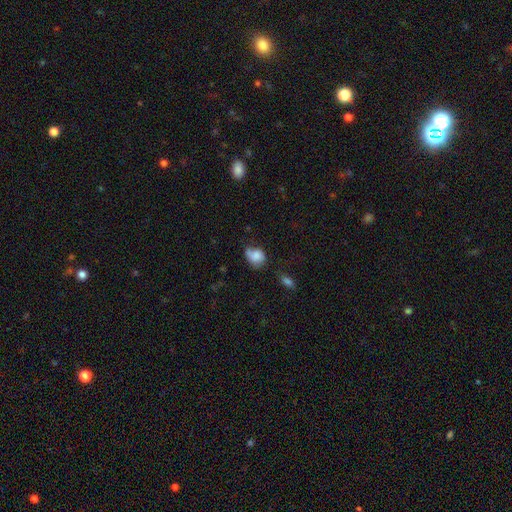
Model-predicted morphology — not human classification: smooth-or-featured: smooth: 78% | featured or disk: 13% | star or artifact: 9%
  how-rounded: round: 50% | in between: 49% | cigar-shaped: 1%
  merging: none: 37% (tied) | minor disturbance: 37% (tied) | major disturbance: 17% | merger: 9%